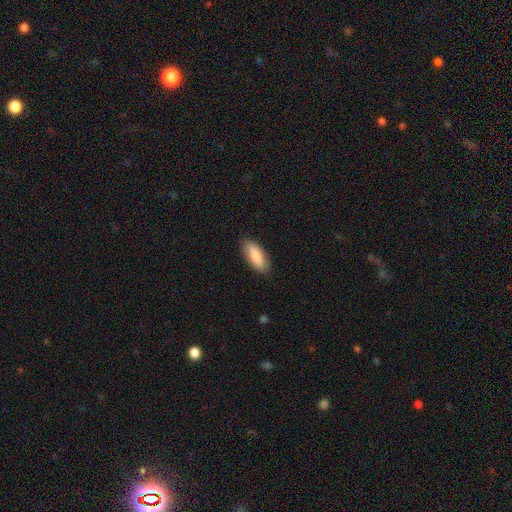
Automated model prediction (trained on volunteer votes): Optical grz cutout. It shows a smooth galaxy with no disk features (84%) that is in between round and cigar-shaped (72%). Merging: none (86%).